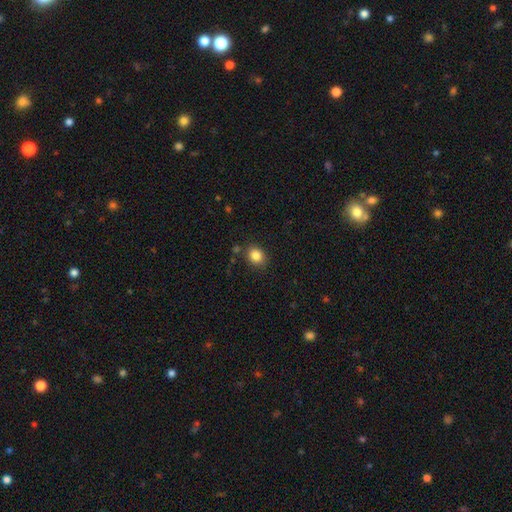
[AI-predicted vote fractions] Q: Smooth or featured?
A: smooth (84%); runner-up: star or artifact (10%)
Q: How rounded?
A: round (61%); runner-up: in between (38%)
Q: Merging?
A: none (83%); runner-up: minor disturbance (11%)